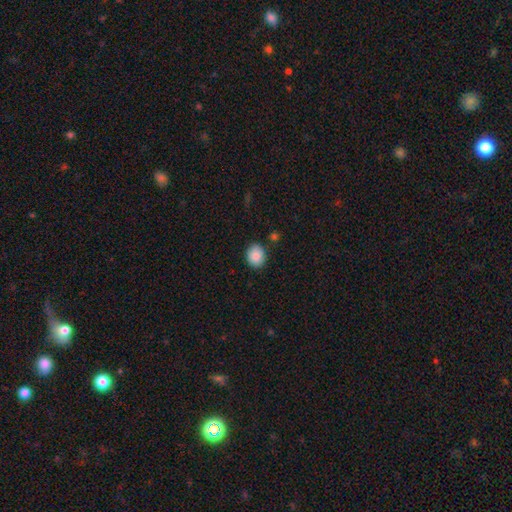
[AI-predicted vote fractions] Smooth or featured? Predicted: smooth (p=0.88). How rounded? Predicted: round (p=0.56). Merging? Predicted: none (p=0.85).